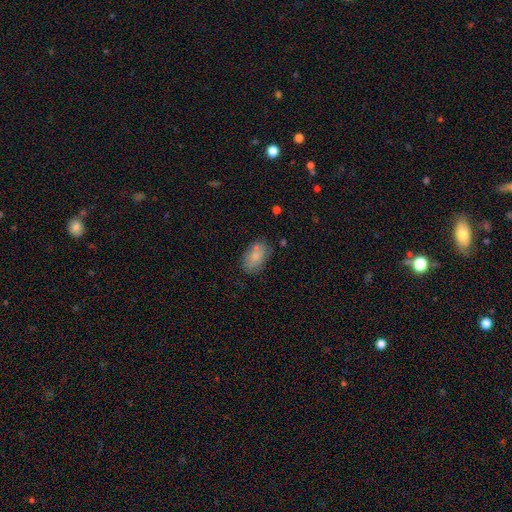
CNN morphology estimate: smooth 78%, featured or disk 14%, star or artifact 8%. Down the decision tree: how rounded — in between (89%); merging — none (69%).